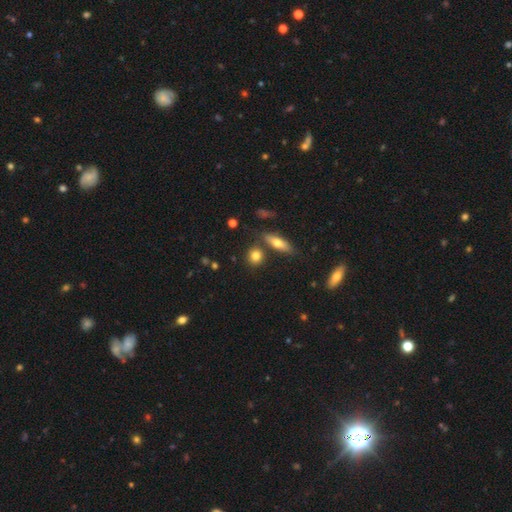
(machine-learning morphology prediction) A smooth galaxy with no disk features (80%) that is round (71%). Merging: none (75%).